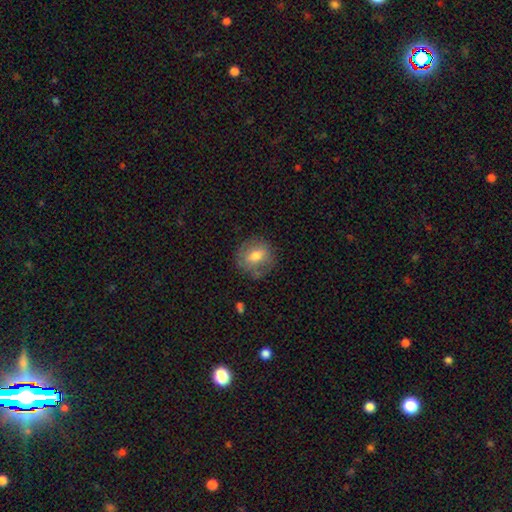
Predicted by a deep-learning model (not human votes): Smooth or featured? smooth (68%)
How rounded? round (78%)
Merging? none (76%)